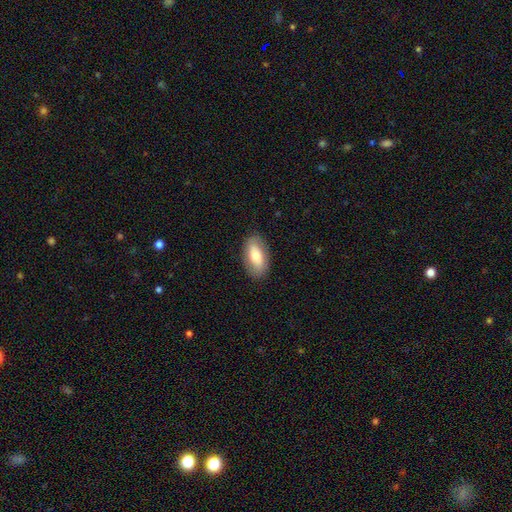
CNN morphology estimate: smooth-or-featured: smooth: 67% | featured or disk: 27% | star or artifact: 6%
  how-rounded: in between: 92% | round: 4% | cigar-shaped: 4%
  merging: none: 85% | minor disturbance: 11% | major disturbance: 3% | merger: 1%